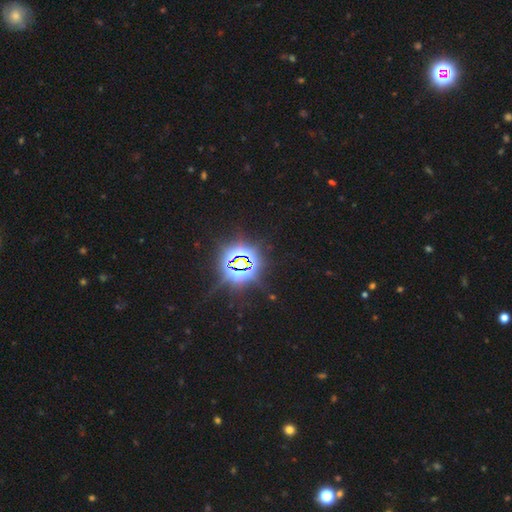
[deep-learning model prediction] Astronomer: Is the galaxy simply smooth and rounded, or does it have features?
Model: star or artifact — 85%.